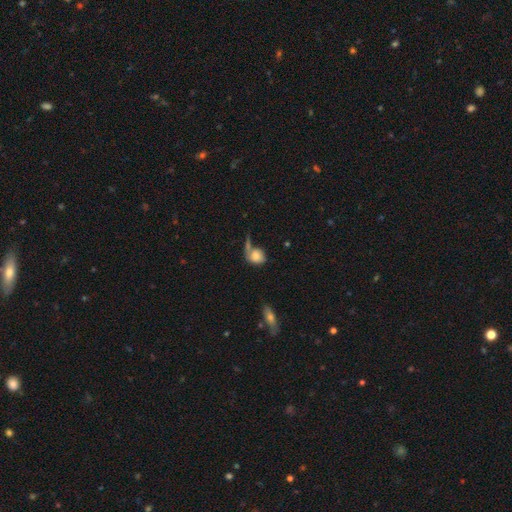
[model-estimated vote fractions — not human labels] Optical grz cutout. It shows a smooth galaxy with no disk features (73%) that is round (52%). Merging: none (34%).